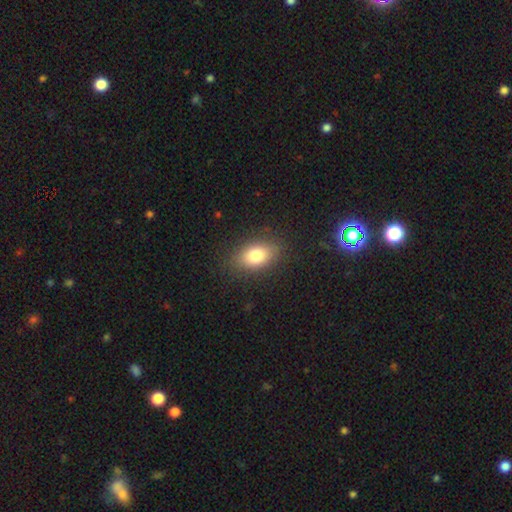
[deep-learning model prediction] A smooth galaxy with no disk features (80%) that is in between round and cigar-shaped (87%). Merging: none (85%).